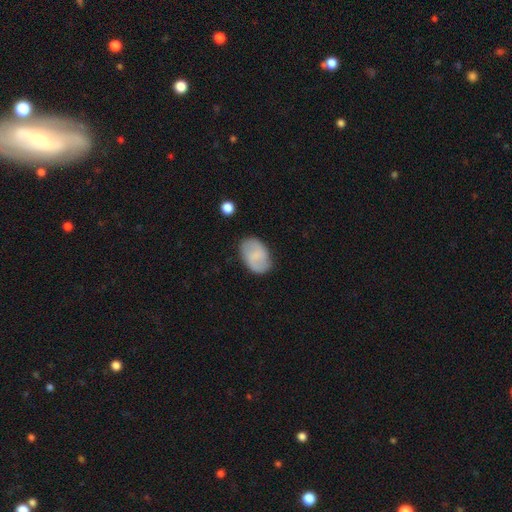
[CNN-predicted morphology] This appears to be a smooth galaxy with no disk features (59%) that is in between round and cigar-shaped (85%). Merging: none (80%).